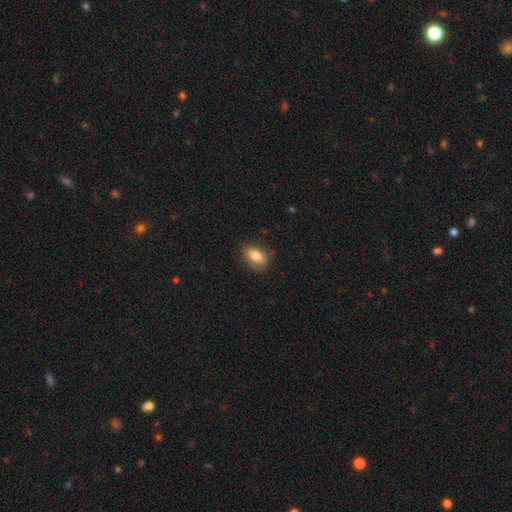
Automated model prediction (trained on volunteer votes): Morphology: type=smooth (80%); roundness=in between (84%); merging=none (81%).